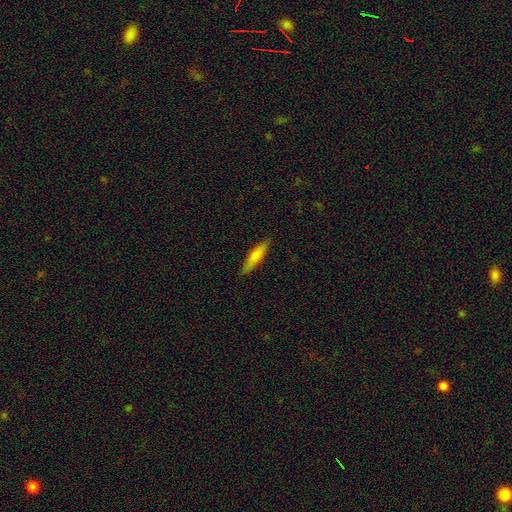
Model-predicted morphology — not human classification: smooth_or_featured: smooth (p=0.72) [alt: featured or disk p=0.22]
how_rounded: cigar-shaped (p=0.76) [alt: in between p=0.23]
merging: none (p=0.88) [alt: minor disturbance p=0.09]